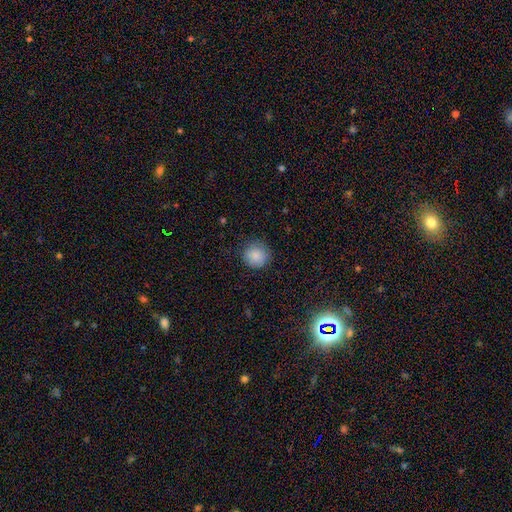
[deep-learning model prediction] Q: Smooth or featured?
A: smooth (86%); runner-up: star or artifact (9%)
Q: How rounded?
A: round (94%); runner-up: in between (5%)
Q: Merging?
A: none (84%); runner-up: minor disturbance (12%)